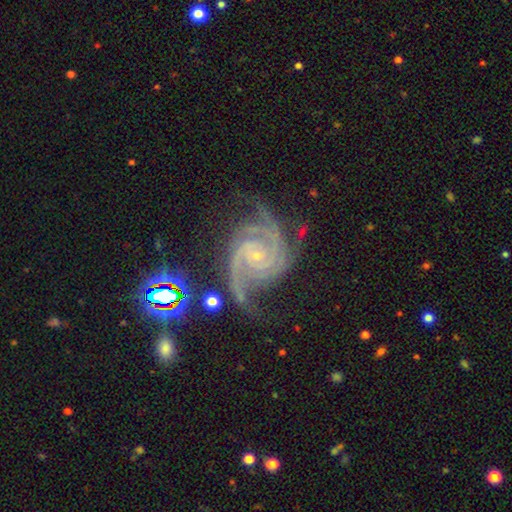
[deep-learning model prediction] smooth_or_featured: featured or disk (p=0.92) [alt: star or artifact p=0.06]
disk_edge_on: no (p=0.98) [alt: yes p=0.02]
bar: no (p=0.64) [alt: weak p=0.26]
has_spiral_arms: yes (p=0.99) [alt: no p=0.01]
spiral_winding: tight (p=0.47) [alt: medium p=0.45]
spiral_arm_count: 3 (p=0.41) [alt: 2 p=0.23]
bulge_size: small (p=0.82) [alt: moderate p=0.13]
merging: none (p=0.64) [alt: minor disturbance p=0.20]